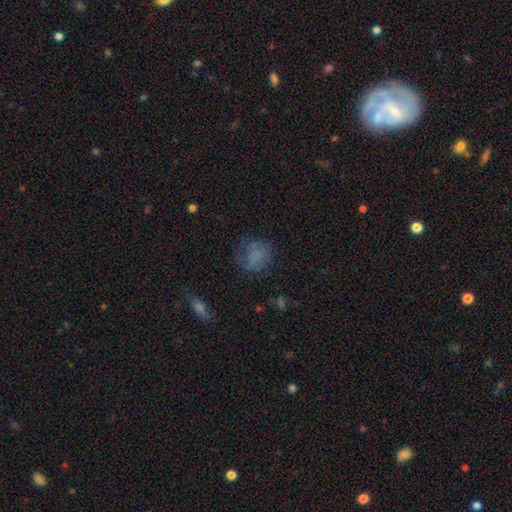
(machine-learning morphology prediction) This is possibly a smooth galaxy (59%). How rounded: likely round (64%). Merging: possibly none (55%).